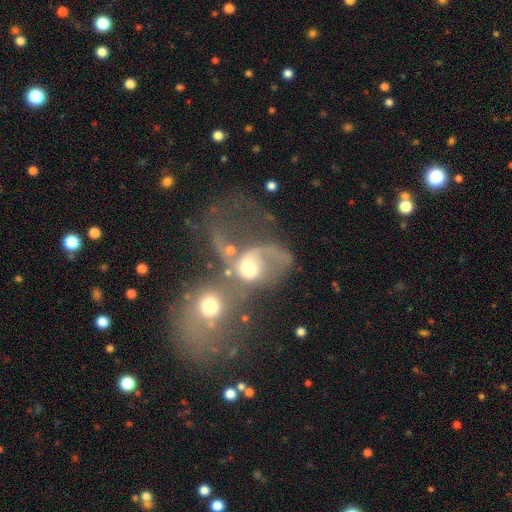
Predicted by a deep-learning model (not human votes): This appears to be a featured or disk galaxy (61%) with no bar (69%), spiral arms (68%) and a moderate central bulge (60%). Merging: merger (78%).